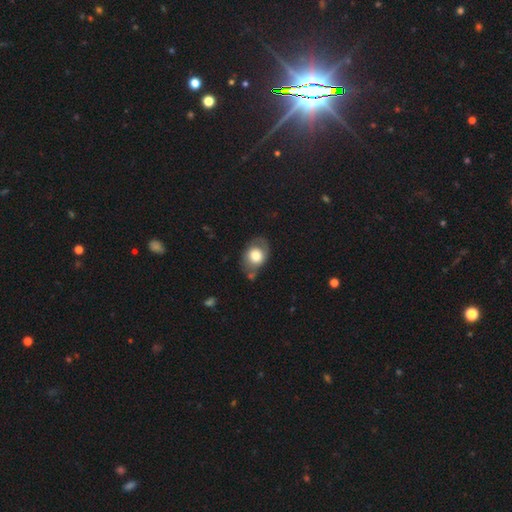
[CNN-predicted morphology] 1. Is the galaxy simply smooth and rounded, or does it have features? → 68% smooth, 25% featured or disk, 7% star or artifact.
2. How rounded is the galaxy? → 67% in between, 32% round, 1% cigar-shaped.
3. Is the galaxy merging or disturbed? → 60% none, 24% minor disturbance, 9% major disturbance, 6% merger.